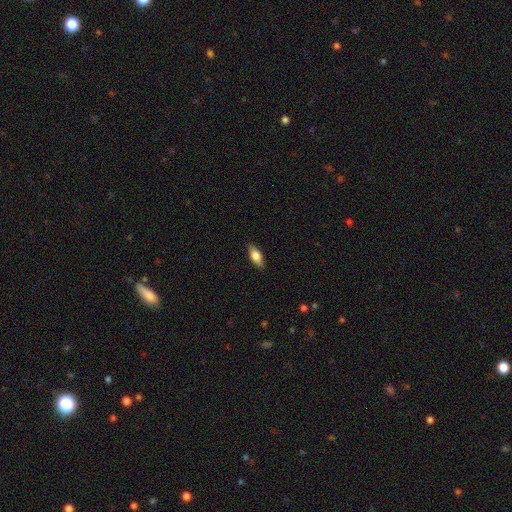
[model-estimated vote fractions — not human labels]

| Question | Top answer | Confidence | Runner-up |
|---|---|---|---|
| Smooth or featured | smooth | 72% | featured or disk (21%) |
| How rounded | in between | 80% | cigar-shaped (17%) |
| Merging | none | 85% | minor disturbance (12%) |